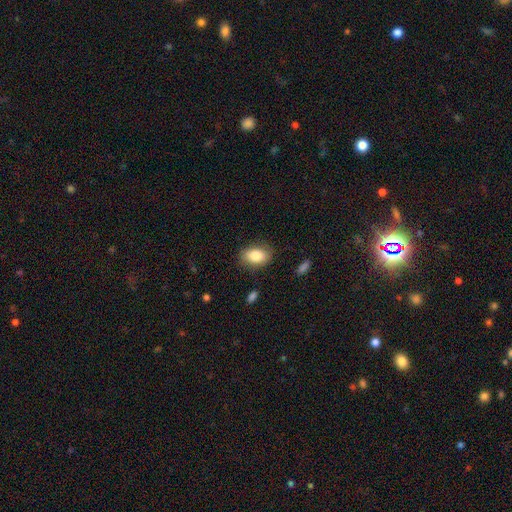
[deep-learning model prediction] A smooth galaxy with no disk features (83%) that is in between round and cigar-shaped (86%). Merging: none (82%).